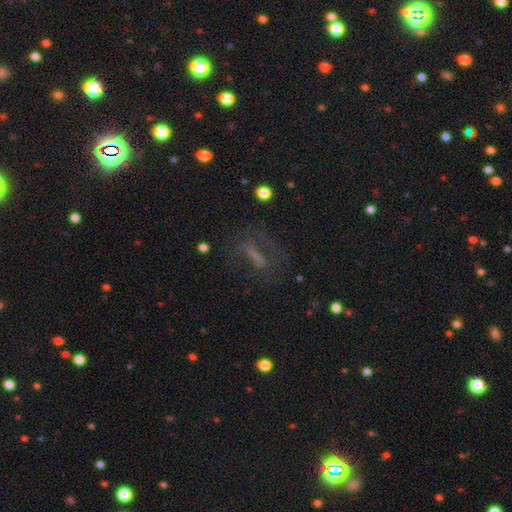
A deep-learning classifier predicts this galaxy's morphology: smooth_or_featured: featured or disk (p=0.42) [alt: smooth p=0.33]
merging: none (p=0.57) [alt: major disturbance p=0.23]